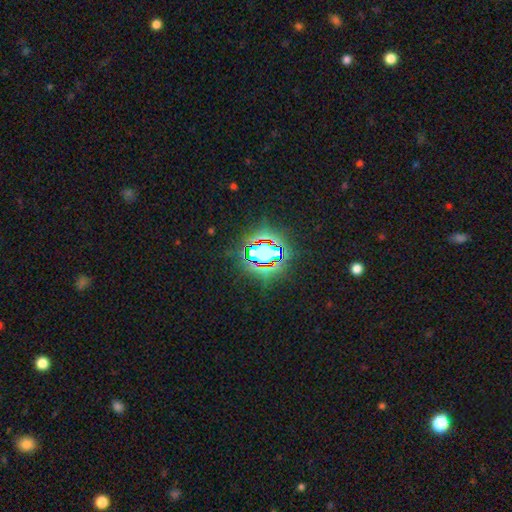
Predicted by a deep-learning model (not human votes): smooth_or_featured: star or artifact (p=0.81) [alt: smooth p=0.12]